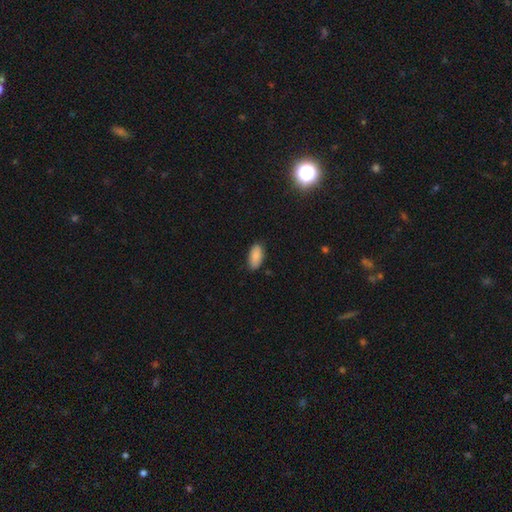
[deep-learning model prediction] The model was most divided on "merging": none: 83%, minor disturbance: 13%, major disturbance: 2%, merger: 1%. More confident: how rounded — in between (92%); smooth or featured — smooth (88%).